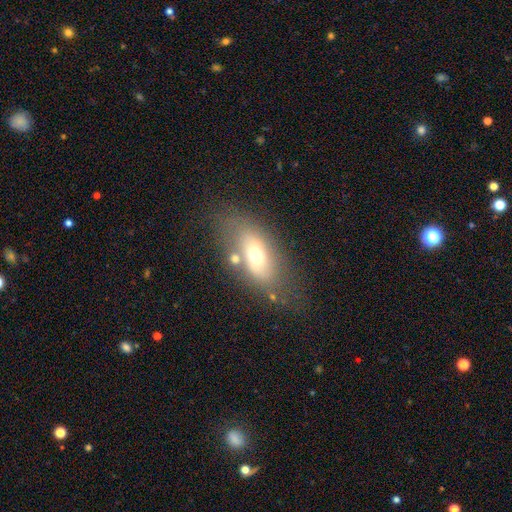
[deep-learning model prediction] smooth 57%, featured or disk 32%, star or artifact 11%. Down the decision tree: how rounded — in between (83%); merging — none (61%).